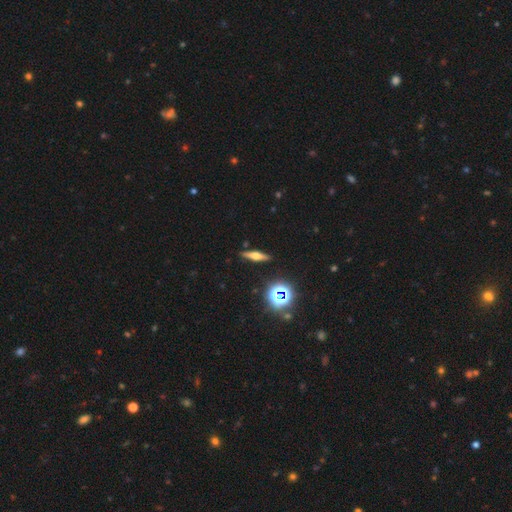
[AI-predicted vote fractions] Overall: featured or disk (52%; smooth 34%). Edge-on disk: yes (93%). Merging: none (89%).